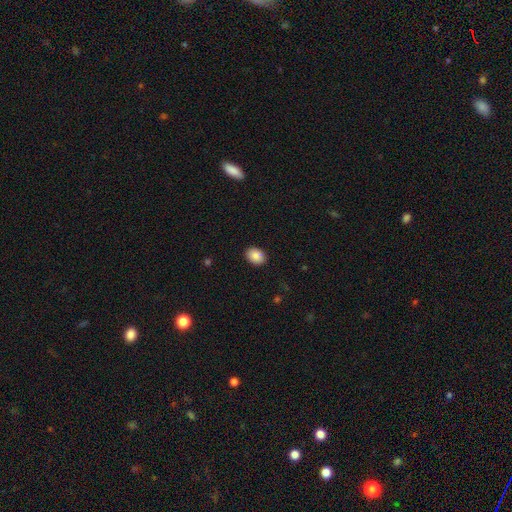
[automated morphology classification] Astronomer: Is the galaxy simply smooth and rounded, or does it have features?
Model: smooth — 87%.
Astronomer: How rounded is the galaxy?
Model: in between — 68%.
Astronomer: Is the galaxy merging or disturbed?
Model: none — 90%.